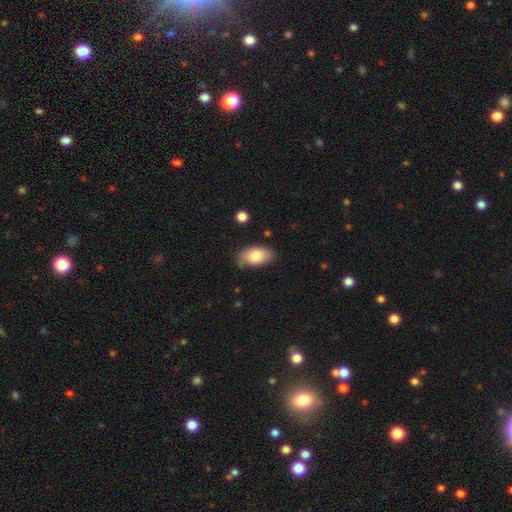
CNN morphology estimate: Q: Smooth or featured?
A: smooth (81%); runner-up: featured or disk (12%)
Q: How rounded?
A: in between (94%); runner-up: round (4%)
Q: Merging?
A: none (67%); runner-up: minor disturbance (25%)